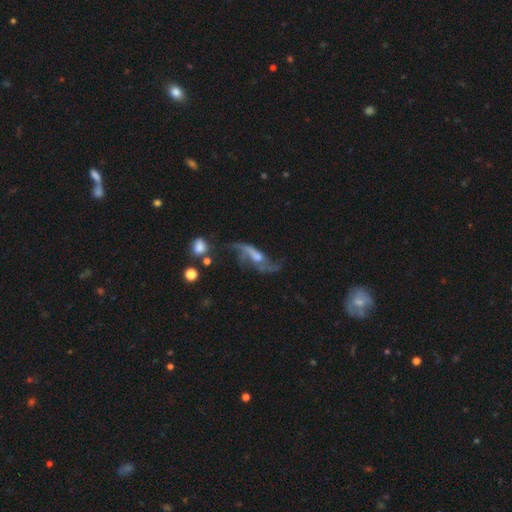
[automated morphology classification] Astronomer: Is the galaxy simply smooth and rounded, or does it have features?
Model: featured or disk — 79%.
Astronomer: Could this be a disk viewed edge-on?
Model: no — 88%.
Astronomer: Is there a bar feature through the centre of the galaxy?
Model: no — 48% (runner-up: weak, 38%).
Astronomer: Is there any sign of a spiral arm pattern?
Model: yes — 88%.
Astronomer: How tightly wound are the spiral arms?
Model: loose — 85%.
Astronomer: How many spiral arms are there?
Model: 2 — 79%.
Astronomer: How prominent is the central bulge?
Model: moderate — 42% (runner-up: small, 40%).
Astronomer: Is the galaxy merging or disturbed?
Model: none — 45% (runner-up: major disturbance, 27%).